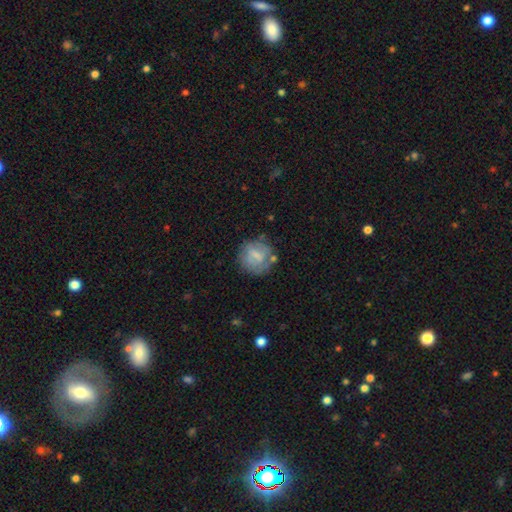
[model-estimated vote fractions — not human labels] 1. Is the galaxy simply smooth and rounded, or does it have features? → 56% smooth, 36% featured or disk, 8% star or artifact.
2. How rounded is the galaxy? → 84% round, 15% in between, 1% cigar-shaped.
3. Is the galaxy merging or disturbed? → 64% none, 20% minor disturbance, 9% major disturbance, 6% merger.